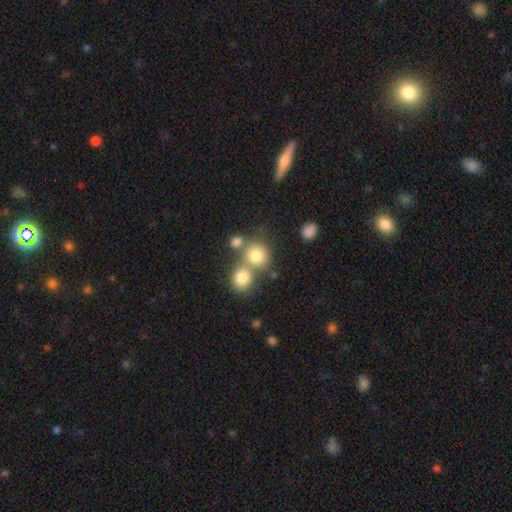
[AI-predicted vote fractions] Smooth or featured: smooth — 78% (star or artifact — 12%)
How rounded: round — 83% (in between — 16%)
Merging: none — 44% (merger — 43%)